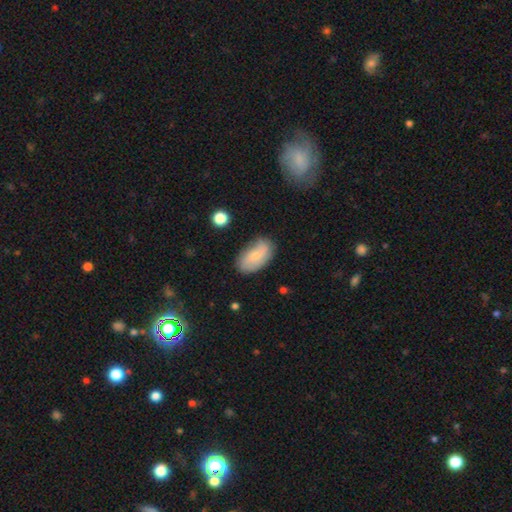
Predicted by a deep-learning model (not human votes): Smooth or featured? smooth (55%)
How rounded? in between (92%)
Merging? none (77%)